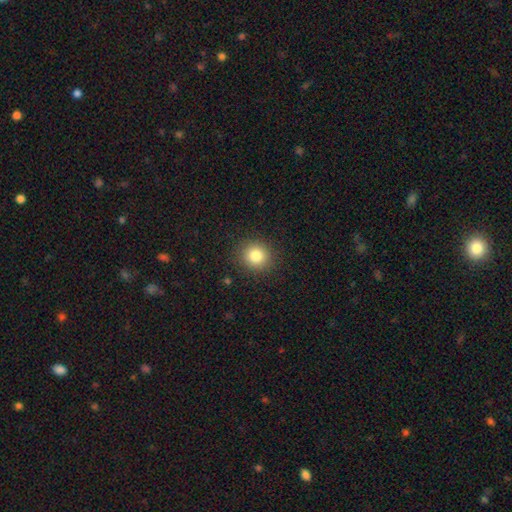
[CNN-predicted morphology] A smooth galaxy with no disk features (82%) that is round (87%). Merging: none (89%).